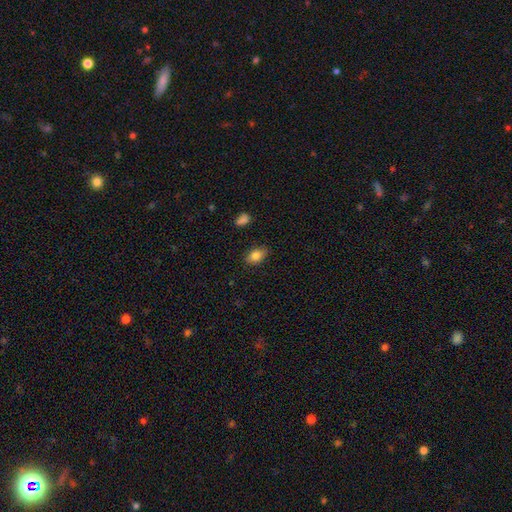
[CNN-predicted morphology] The model was most divided on "merging": none: 80%, minor disturbance: 15%, major disturbance: 3%, merger: 2%. More confident: how rounded — in between (86%); smooth or featured — smooth (84%).